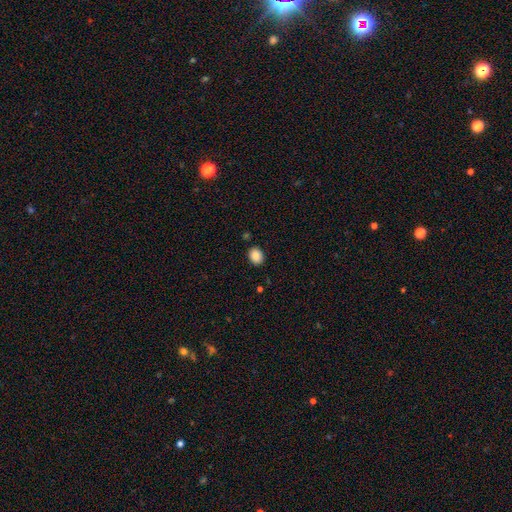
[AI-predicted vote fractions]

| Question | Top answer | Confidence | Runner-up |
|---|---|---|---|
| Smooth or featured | smooth | 88% | star or artifact (9%) |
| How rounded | in between | 54% | round (45%) |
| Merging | none | 88% | minor disturbance (8%) |